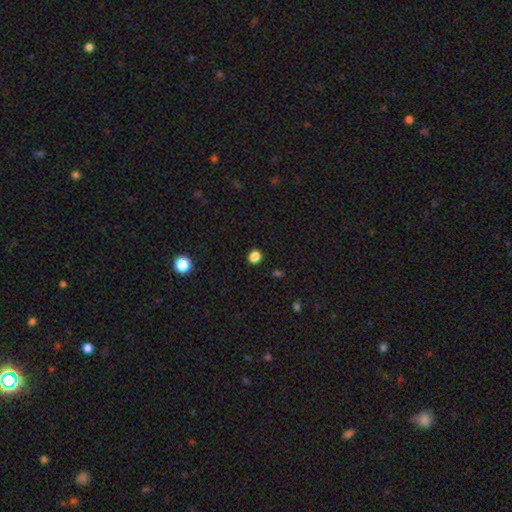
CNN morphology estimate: A smooth galaxy with no disk features (80%) that is round (73%). Merging: none (88%).